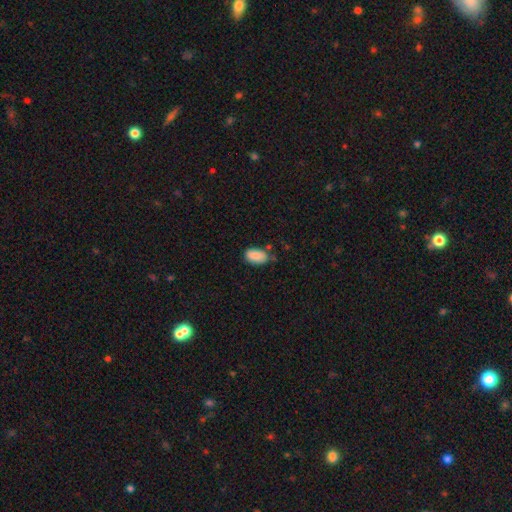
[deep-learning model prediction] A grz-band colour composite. It shows a smooth galaxy with no disk features (87%) that is in between round and cigar-shaped (93%). Merging: none (63%).